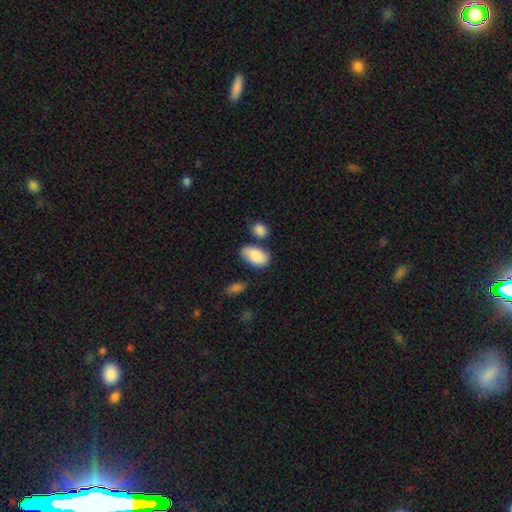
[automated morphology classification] This appears to be a smooth galaxy with no disk features (85%) that is in between round and cigar-shaped (92%). Merging: none (61%).